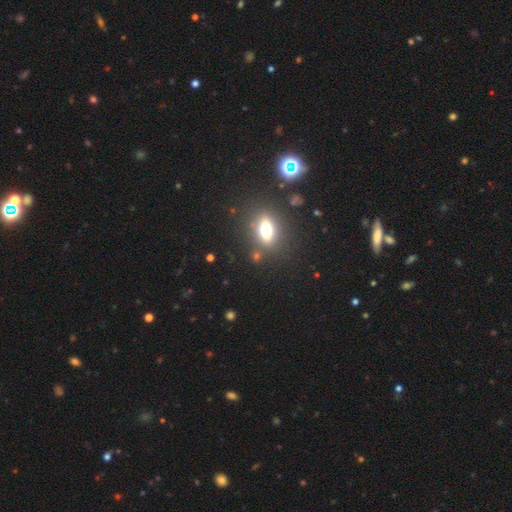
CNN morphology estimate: Smooth or featured? Predicted: smooth (p=0.57). How rounded? Predicted: in between (p=0.67). Merging? Predicted: none (p=0.83).